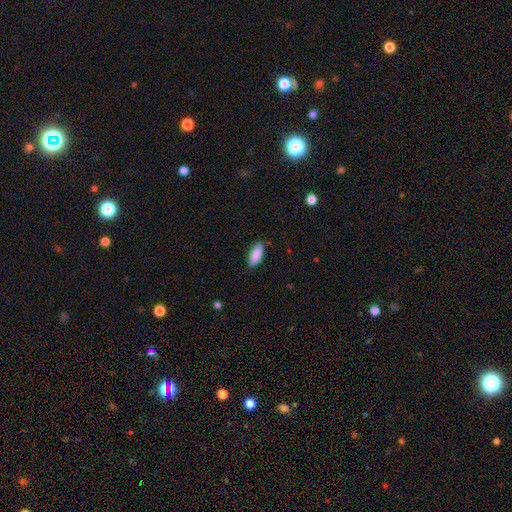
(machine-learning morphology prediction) smooth-or-featured: smooth: 87% | featured or disk: 6% | star or artifact: 6%
  how-rounded: in between: 73% | cigar-shaped: 25% | round: 2%
  merging: none: 84% | minor disturbance: 13% | major disturbance: 2% | merger: 1%